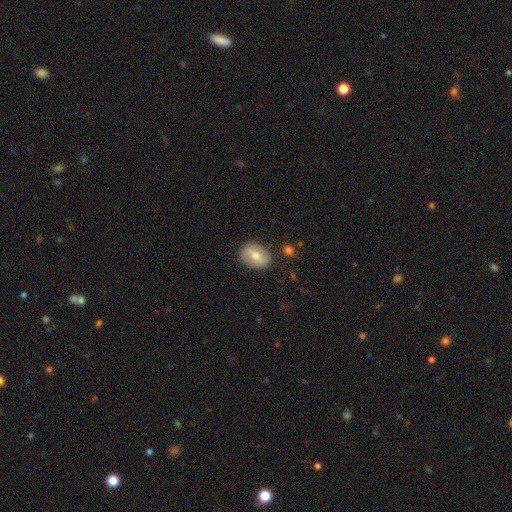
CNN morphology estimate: smooth-or-featured: smooth: 62% | featured or disk: 31% | star or artifact: 7%
  how-rounded: in between: 67% | round: 31% | cigar-shaped: 1%
  merging: none: 82% | minor disturbance: 13% | major disturbance: 3% | merger: 2%